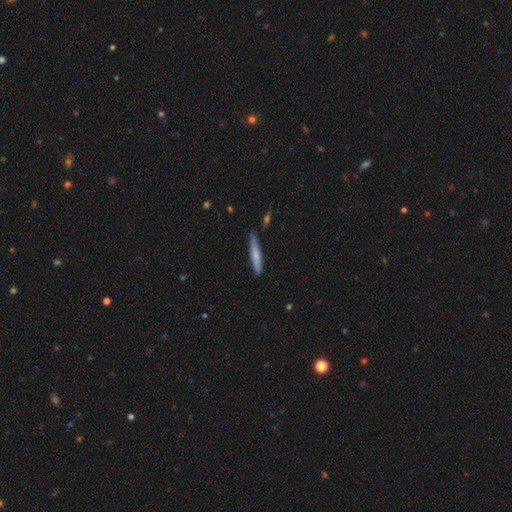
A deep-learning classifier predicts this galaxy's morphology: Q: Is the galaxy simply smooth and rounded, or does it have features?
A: smooth — 66%.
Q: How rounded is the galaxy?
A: cigar-shaped — 94%.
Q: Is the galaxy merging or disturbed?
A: none — 77%.